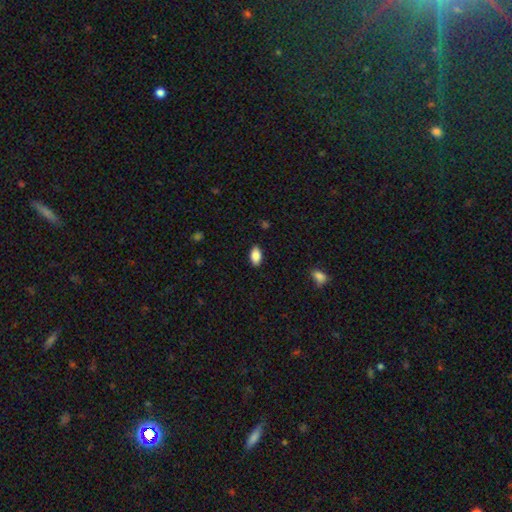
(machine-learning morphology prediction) Smooth or featured? smooth (87%)
How rounded? in between (92%)
Merging? none (87%)